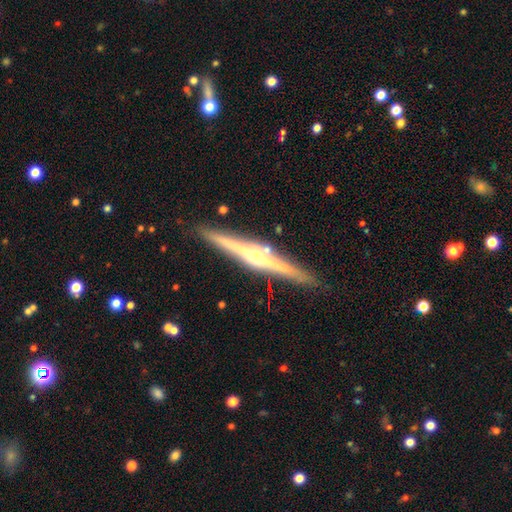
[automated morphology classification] smooth-or-featured: featured or disk: 81% | smooth: 13% | star or artifact: 5%
  disk-edge-on: yes: 98% | no: 2%
    edge-on-bulge: rounded: 88% | boxy: 7% | none: 6%
  merging: none: 88% | minor disturbance: 8% | merger: 2% | major disturbance: 2%